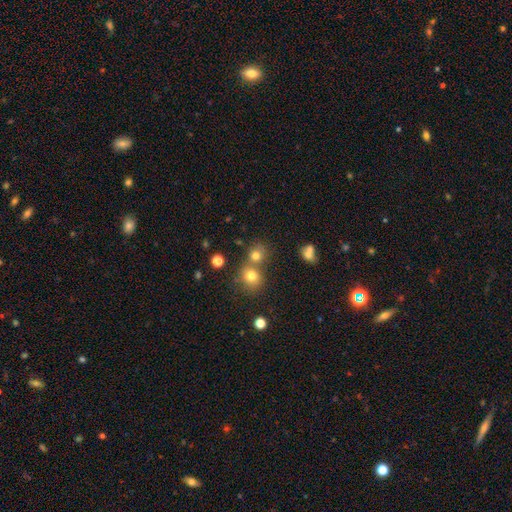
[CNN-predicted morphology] Overall: smooth (74%). How rounded: round (82%). Merging: none (52%; merger 38%).